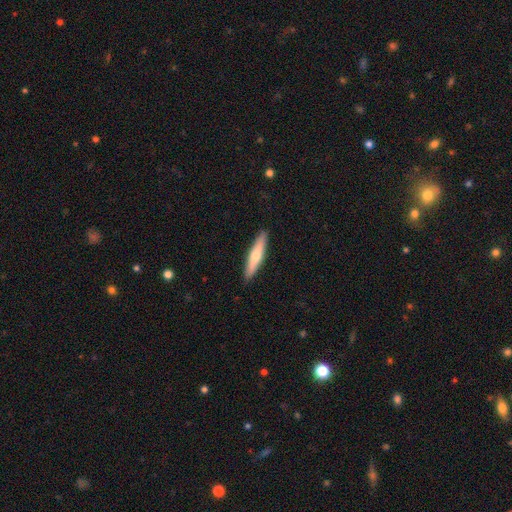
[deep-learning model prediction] This appears to be a smooth galaxy with no disk features (55%) that is cigar-shaped (86%). Merging: none (91%).